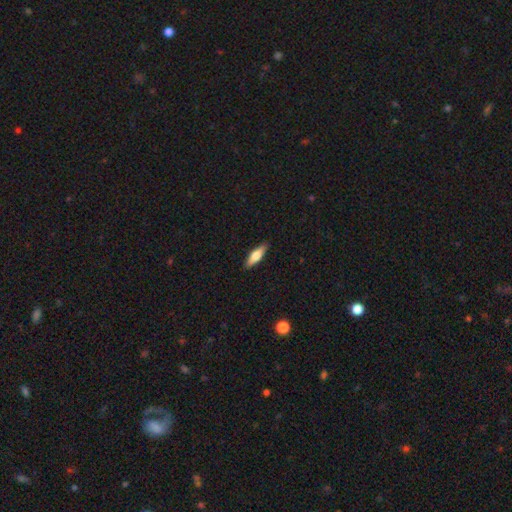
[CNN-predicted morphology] Smooth or featured?
  - smooth: 61% *
  - featured or disk: 33%
  - star or artifact: 6%
How rounded?
  - cigar-shaped: 54% *
  - in between: 43%
  - round: 2%
Merging?
  - none: 89% *
  - minor disturbance: 8%
  - major disturbance: 2%
  - merger: 1%